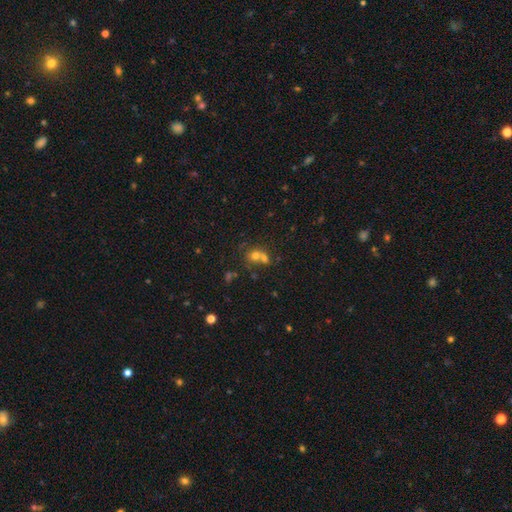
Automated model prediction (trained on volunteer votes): Overall: smooth (63%). How rounded: round (73%). Merging: merger (58%; none 31%).